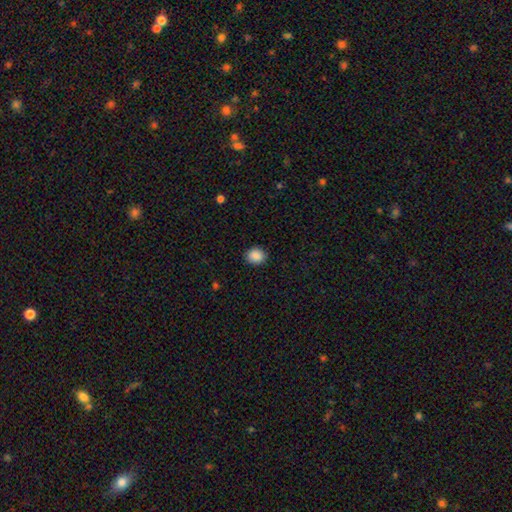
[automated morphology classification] A smooth galaxy with no disk features (89%) that is round (67%). Merging: none (89%).